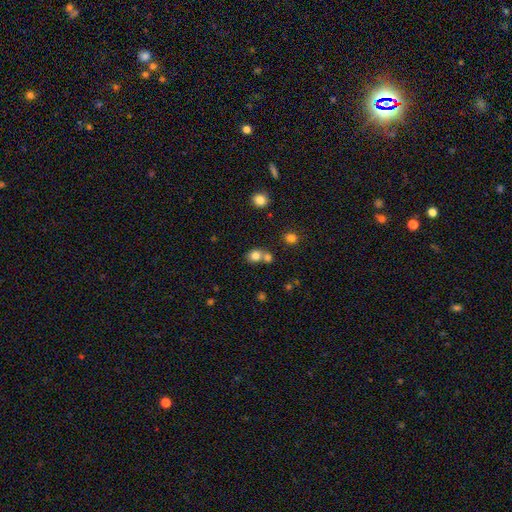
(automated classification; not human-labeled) smooth_or_featured: smooth (p=0.79) [alt: star or artifact p=0.13]
how_rounded: round (p=0.69) [alt: in between p=0.30]
merging: none (p=0.46) [alt: merger p=0.42]